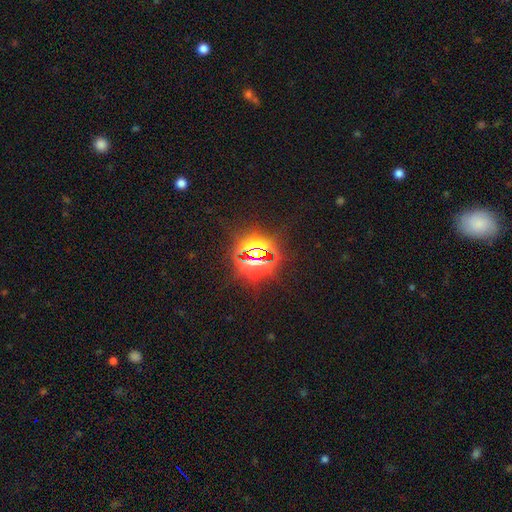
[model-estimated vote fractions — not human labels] star or artifact 81%, smooth 11%, featured or disk 8%.